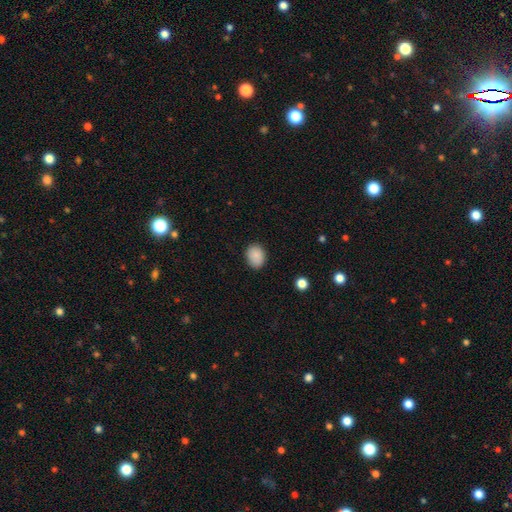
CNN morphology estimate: smooth 88%, star or artifact 8%, featured or disk 4%. Down the decision tree: how rounded — in between (57%); merging — none (84%).